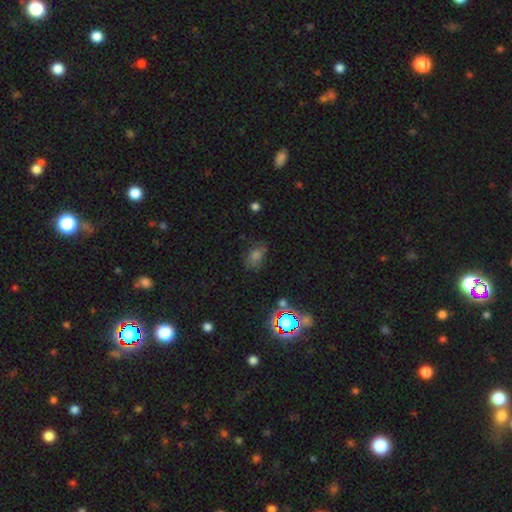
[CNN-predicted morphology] This appears to be a smooth galaxy with no disk features (57%) that is in between round and cigar-shaped (70%). Merging: none (69%).